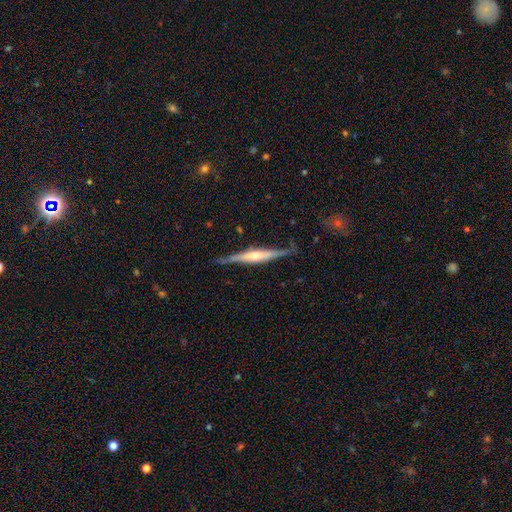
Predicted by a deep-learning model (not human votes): Smooth or featured?
  - featured or disk: 70% *
  - smooth: 24%
  - star or artifact: 6%
Edge-on disk?
  - yes: 96% *
  - no: 4%
Edge-on bulge?
  - rounded: 58% *
  - boxy: 23%
  - none: 19%
Merging?
  - none: 80% *
  - minor disturbance: 15%
  - major disturbance: 3%
  - merger: 2%